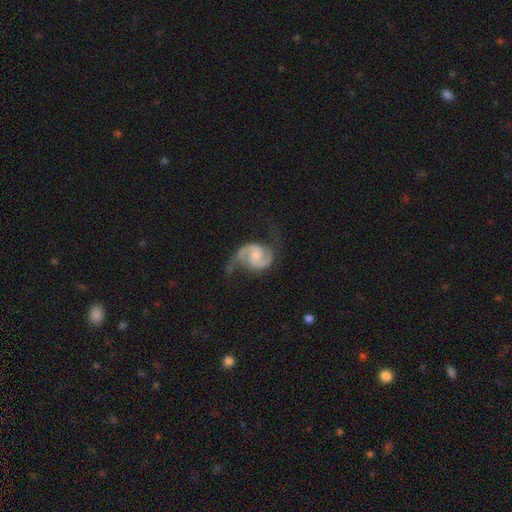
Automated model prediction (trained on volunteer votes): A featured or disk galaxy (91%) with no bar (56%), 2 (93%) medium (54%) spiral arms (98%) and a small central bulge (46%). Merging: none (62%).